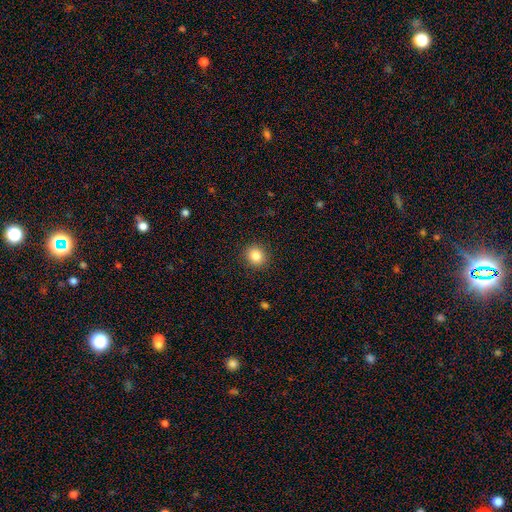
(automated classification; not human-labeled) The model was most divided on "how rounded": round: 84%, in between: 15%, cigar-shaped: 1%. More confident: merging — none (91%); smooth or featured — smooth (85%).